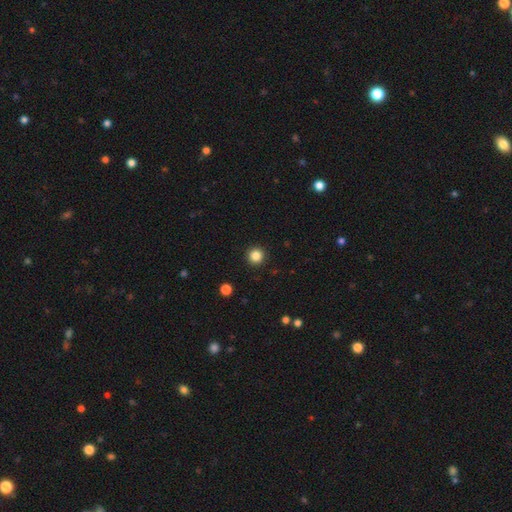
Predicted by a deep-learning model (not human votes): This appears to be a smooth galaxy with no disk features (85%) that is round (96%). Merging: none (93%).